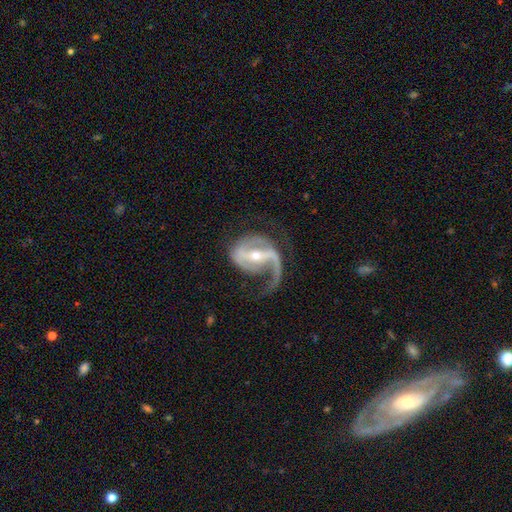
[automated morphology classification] Smooth or featured? Predicted: featured or disk (p=0.89). Edge-on disk? Predicted: no (p=0.96). Bar? Predicted: strong (p=0.59). Spiral arms? Predicted: yes (p=0.94). Spiral winding? Predicted: loose (p=0.44). Spiral arm count? Predicted: 1 (p=0.49). Bulge size? Predicted: small (p=0.57). Merging? Predicted: none (p=0.40).